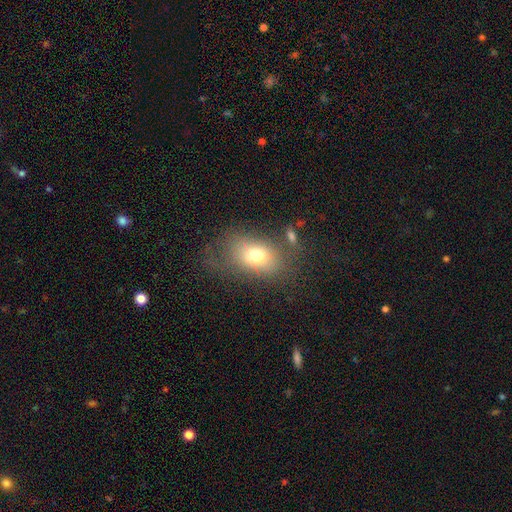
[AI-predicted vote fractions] smooth 71%, featured or disk 18%, star or artifact 11%. Down the decision tree: how rounded — in between (77%); merging — none (55%).